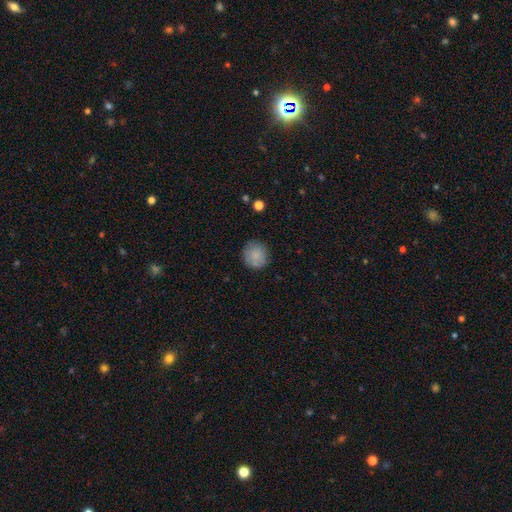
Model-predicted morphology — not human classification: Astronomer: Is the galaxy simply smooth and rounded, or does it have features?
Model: smooth — 84%.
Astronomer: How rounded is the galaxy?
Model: round — 91%.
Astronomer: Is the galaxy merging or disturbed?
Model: none — 83%.